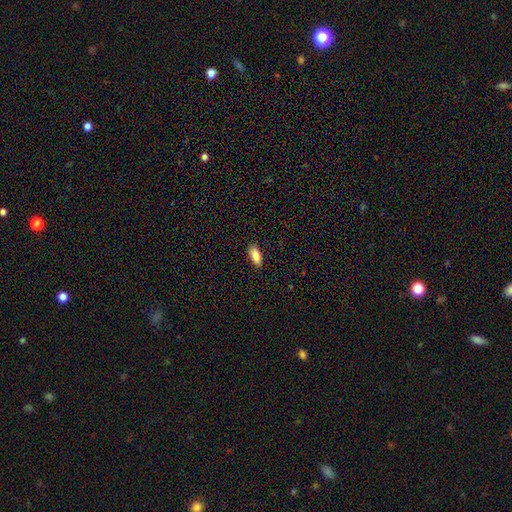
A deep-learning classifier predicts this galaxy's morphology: smooth_or_featured: smooth (p=0.86) [alt: featured or disk p=0.07]
how_rounded: in between (p=0.85) [alt: cigar-shaped p=0.13]
merging: none (p=0.88) [alt: minor disturbance p=0.09]